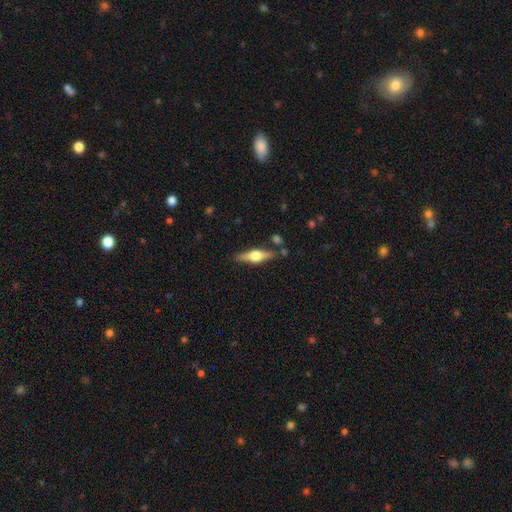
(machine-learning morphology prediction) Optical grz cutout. It shows a featured or disk galaxy (65%) viewed edge-on (95%) with a rounded central bulge (94%). Merging: none (82%).